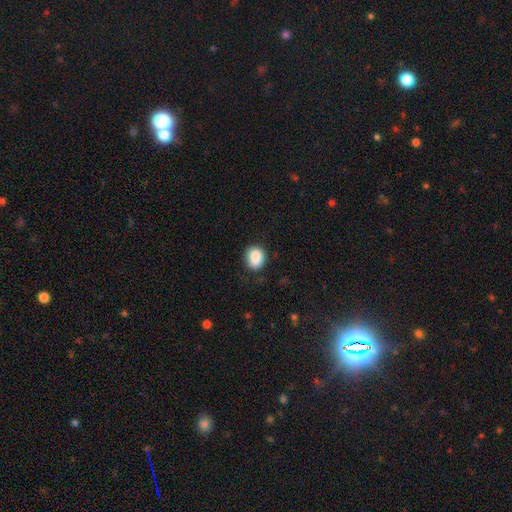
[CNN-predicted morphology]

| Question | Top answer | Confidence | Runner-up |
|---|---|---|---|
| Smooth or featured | smooth | 87% | star or artifact (8%) |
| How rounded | round | 56% | in between (43%) |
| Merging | none | 80% | minor disturbance (15%) |